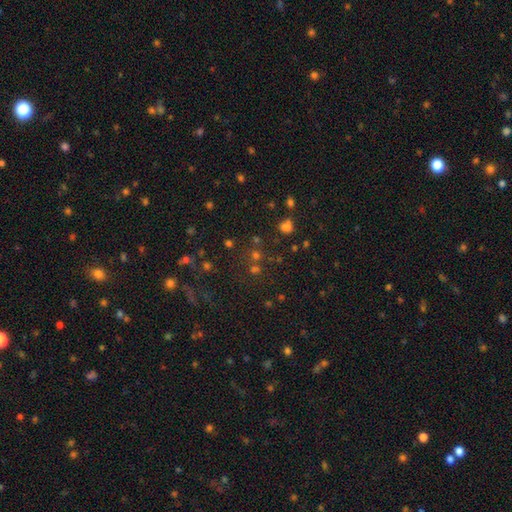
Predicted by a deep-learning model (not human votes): A star or artifact, not a galaxy (54%).